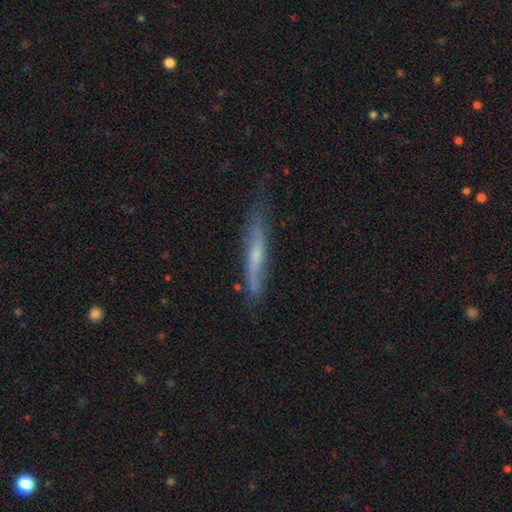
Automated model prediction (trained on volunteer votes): A featured or disk galaxy (54%) viewed edge-on (73%).

Vote fractions:
- Smooth or featured? featured or disk: 54% / smooth: 39% / star or artifact: 7%
- Edge-on disk? yes: 73% / no: 27%
- Merging? none: 67% / minor disturbance: 25% / major disturbance: 6% / merger: 2%